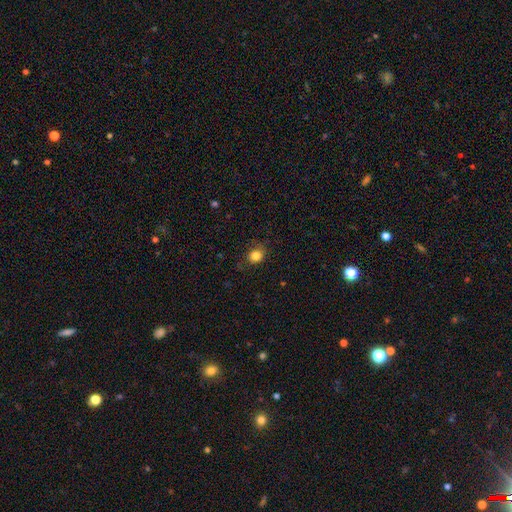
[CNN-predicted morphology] Overall: smooth (83%). How rounded: round (70%). Merging: none (78%).